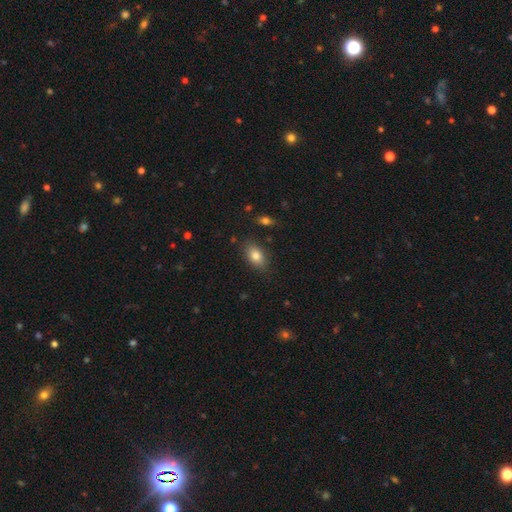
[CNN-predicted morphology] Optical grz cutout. It shows a smooth galaxy with no disk features (81%) that is in between round and cigar-shaped (88%). Merging: none (83%).